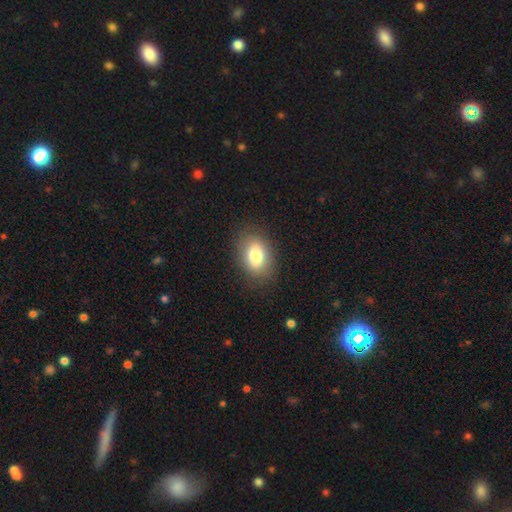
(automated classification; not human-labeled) smooth-or-featured: smooth: 80% | featured or disk: 11% | star or artifact: 9%
  how-rounded: in between: 75% | round: 24% | cigar-shaped: 1%
  merging: none: 85% | minor disturbance: 10% | major disturbance: 4% | merger: 1%